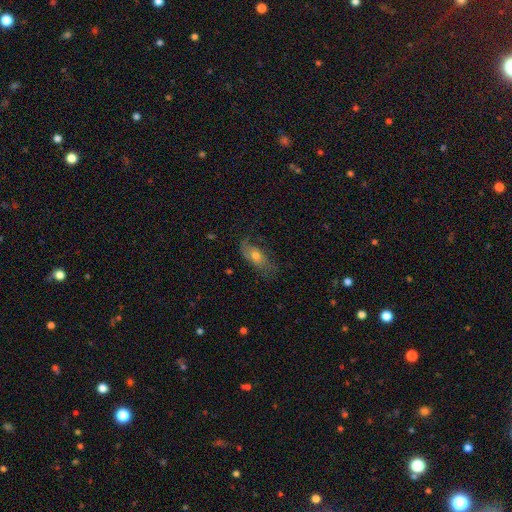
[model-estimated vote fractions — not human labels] The model was most divided on "smooth or featured": smooth: 49%, featured or disk: 43%, star or artifact: 8%. More confident: merging — none (60%).